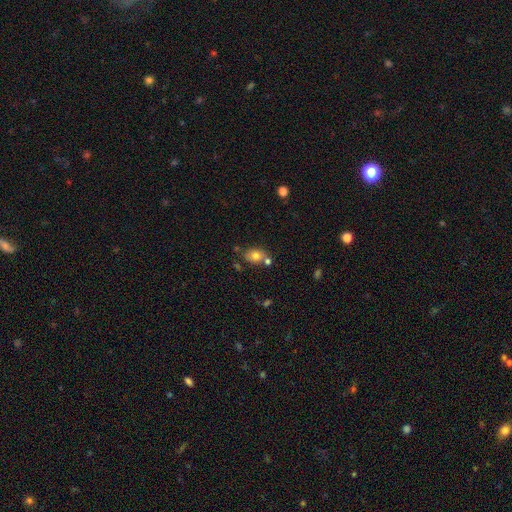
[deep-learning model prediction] Q: Smooth or featured?
A: smooth (76%); runner-up: featured or disk (13%)
Q: How rounded?
A: in between (65%); runner-up: round (34%)
Q: Merging?
A: none (64%); runner-up: merger (18%)